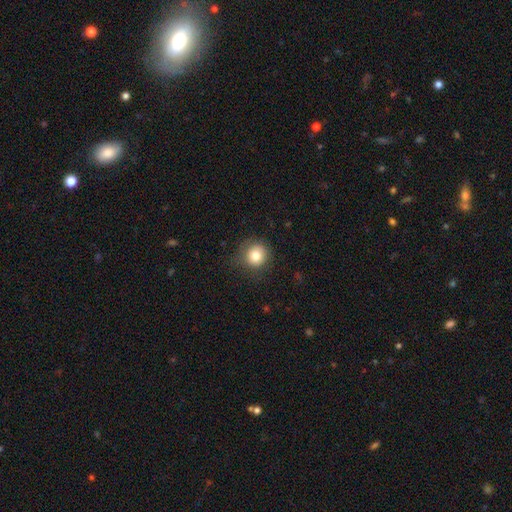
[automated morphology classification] This is clearly a smooth galaxy (80%). How rounded: clearly round (92%). Merging: likely none (79%).